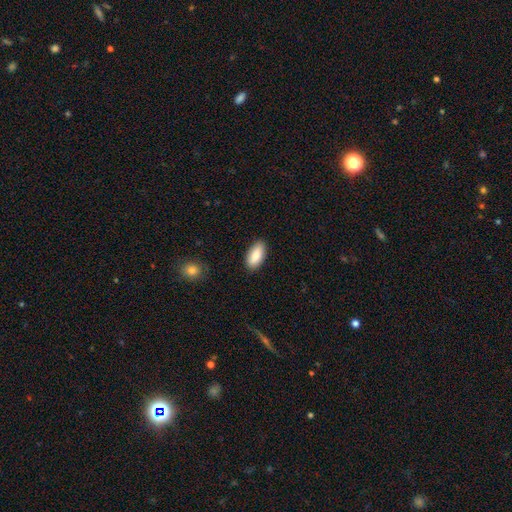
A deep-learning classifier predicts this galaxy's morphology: Smooth or featured: smooth — 86% (featured or disk — 7%)
How rounded: in between — 90% (cigar-shaped — 8%)
Merging: none — 86% (minor disturbance — 10%)